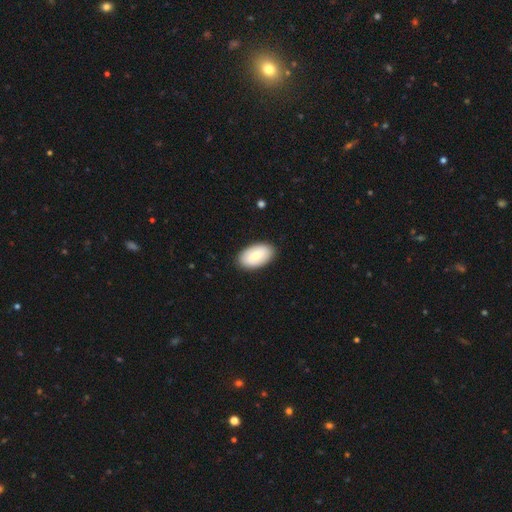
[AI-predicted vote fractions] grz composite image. It shows a smooth galaxy with no disk features (71%) that is in between round and cigar-shaped (94%). Merging: none (89%).